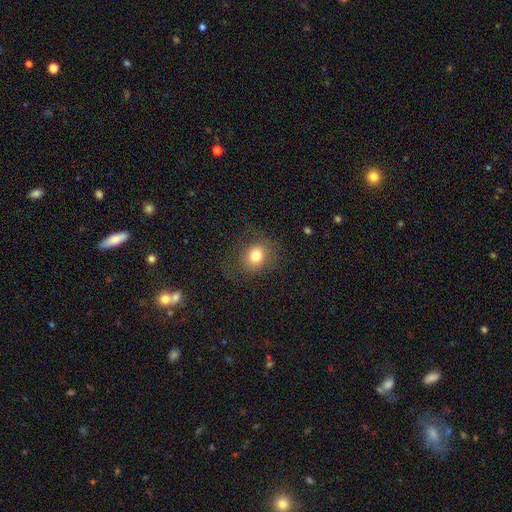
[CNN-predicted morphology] A smooth galaxy with no disk features (77%) that is round (64%).

Vote fractions:
- Smooth or featured? smooth: 77% / star or artifact: 12% / featured or disk: 12%
- How rounded? round: 64% / in between: 35% / cigar-shaped: 1%
- Merging? none: 70% / minor disturbance: 17% / major disturbance: 12% / merger: 1%